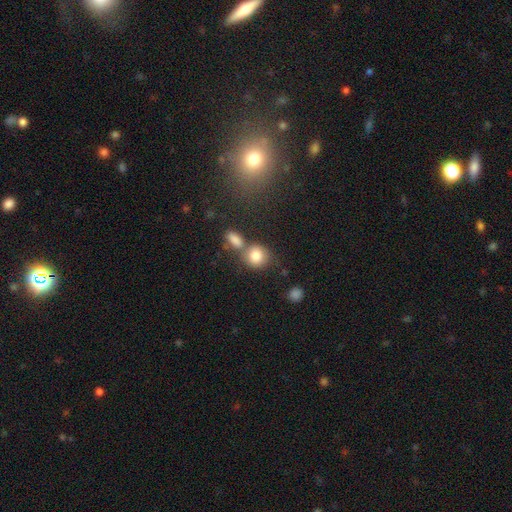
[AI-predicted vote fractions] Q: Smooth or featured?
A: smooth (82%); runner-up: star or artifact (9%)
Q: How rounded?
A: round (74%); runner-up: in between (24%)
Q: Merging?
A: none (50%); runner-up: merger (34%)